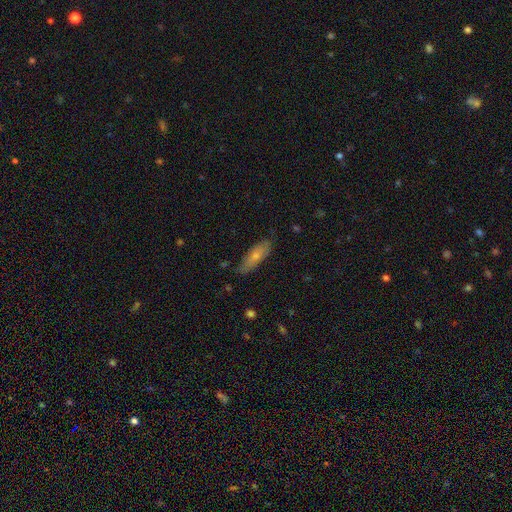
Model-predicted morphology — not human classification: A smooth galaxy with no disk features (67%) that is in between round and cigar-shaped (55%). Merging: none (74%).